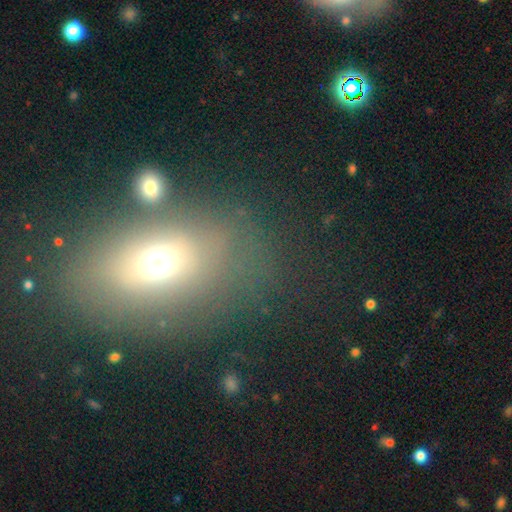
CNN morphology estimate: This appears to be a smooth galaxy with no disk features (57%) that is in between round and cigar-shaped (66%). Merging: none (67%).